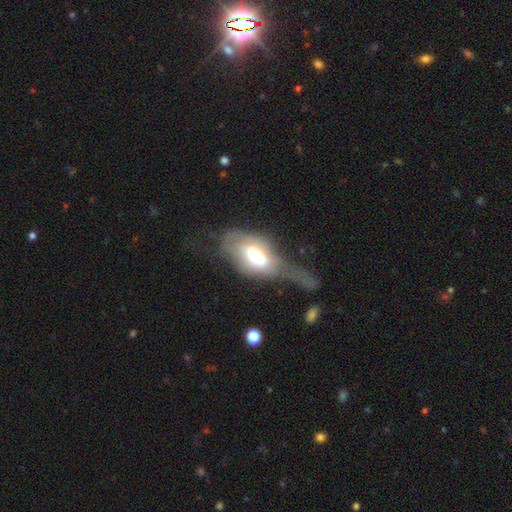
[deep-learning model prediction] Smooth or featured? smooth (53%)
How rounded? in between (89%)
Merging? major disturbance (55%)